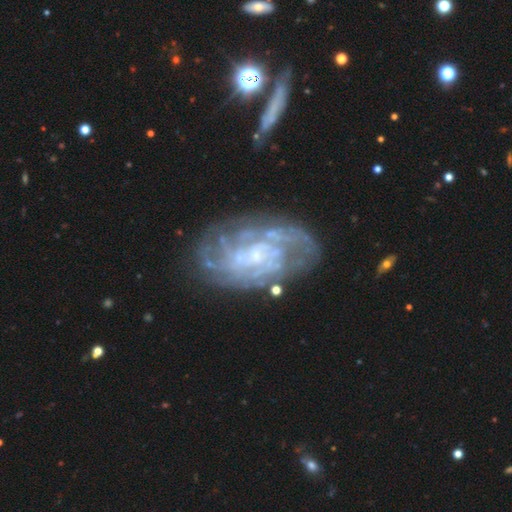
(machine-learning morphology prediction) smooth_or_featured: featured or disk (p=0.84) [alt: smooth p=0.09]
disk_edge_on: no (p=0.96) [alt: yes p=0.04]
bar: no (p=0.70) [alt: weak p=0.25]
has_spiral_arms: yes (p=0.90) [alt: no p=0.10]
spiral_winding: tight (p=0.62) [alt: medium p=0.29]
spiral_arm_count: can't tell (p=0.43) [alt: 4 p=0.15]
bulge_size: small (p=0.70) [alt: moderate p=0.14]
merging: none (p=0.69) [alt: minor disturbance p=0.18]